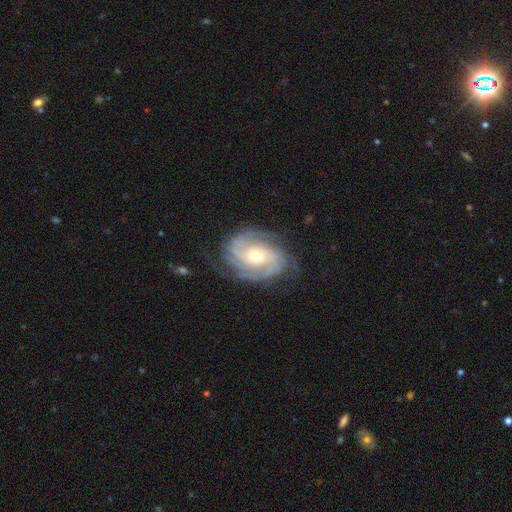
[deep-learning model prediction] A featured or disk galaxy (89%) with no bar (65%), 3 (35%) tight (61%) spiral arms (98%) and a moderate central bulge (54%).

Vote fractions:
- Smooth or featured? featured or disk: 89% / smooth: 6% / star or artifact: 5%
- Edge-on disk? no: 97% / yes: 3%
- Bar? no: 65% / weak: 27% / strong: 8%
- Spiral arms? yes: 98% / no: 2%
- Spiral winding? tight: 61% / medium: 33% / loose: 6%
- Spiral arm count? 3: 35% / 2: 24% / can't tell: 17% / 4: 13% / more than 4: 6% / 1: 5%
- Bulge size? moderate: 54% / small: 40% / large: 4% / none: 1% / dominant: 1%
- Merging? none: 73% / minor disturbance: 18% / major disturbance: 8% / merger: 1%